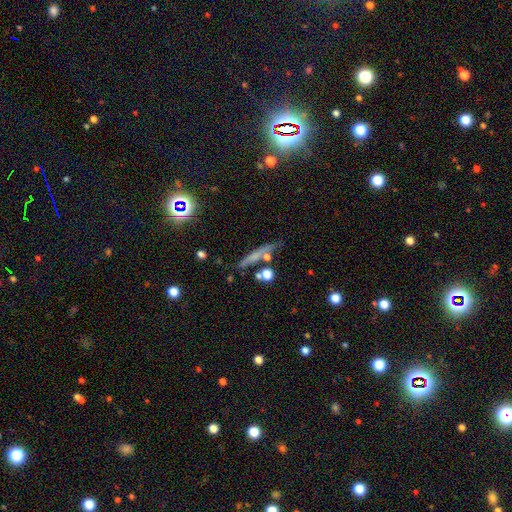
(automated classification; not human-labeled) This is possibly a smooth galaxy (49%). Merging: likely none (73%).